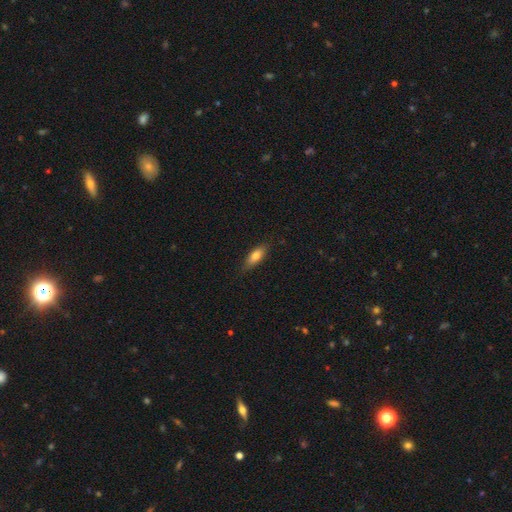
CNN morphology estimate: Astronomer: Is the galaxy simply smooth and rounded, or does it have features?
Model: smooth — 76%.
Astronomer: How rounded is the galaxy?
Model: in between — 69%.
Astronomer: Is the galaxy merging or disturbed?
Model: none — 81%.